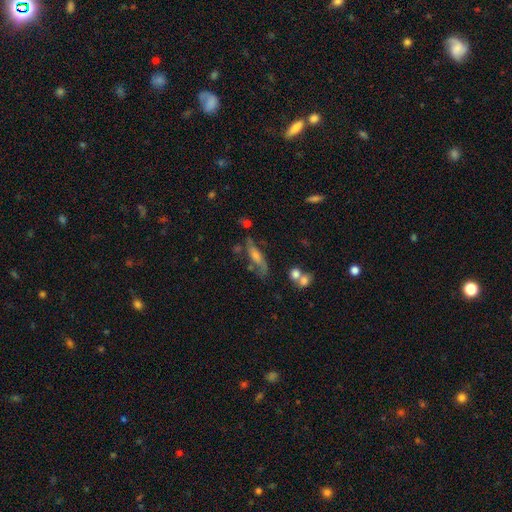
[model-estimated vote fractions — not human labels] Smooth or featured? featured or disk (55%)
Edge-on disk? no (55%)
Merging? none (53%)